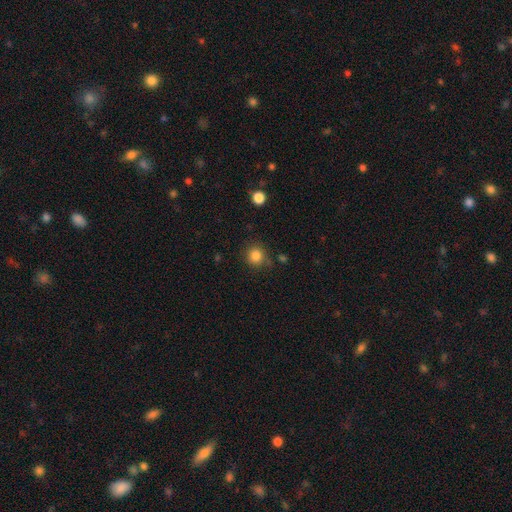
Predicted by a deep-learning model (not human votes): This appears to be a smooth galaxy with no disk features (84%) that is round (91%). Merging: none (82%).